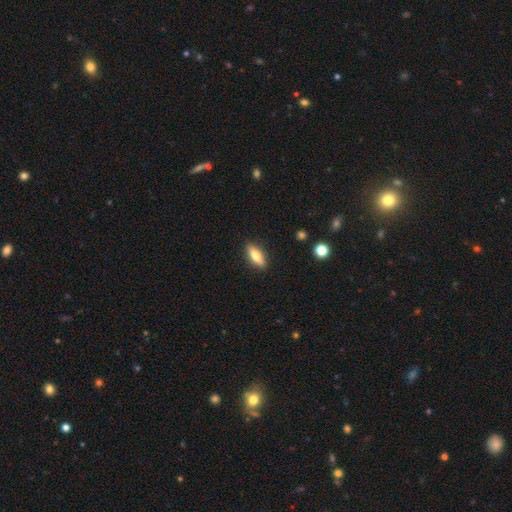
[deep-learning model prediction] This is likely a smooth galaxy (67%). How rounded: likely in between (63%). Merging: clearly none (88%).